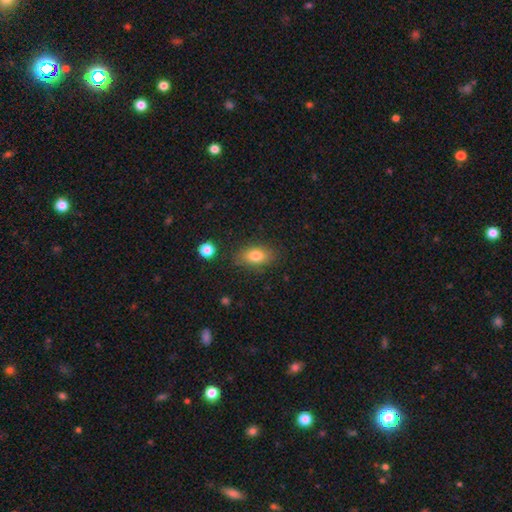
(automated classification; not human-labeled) Smooth or featured? smooth (80%)
How rounded? in between (84%)
Merging? none (81%)